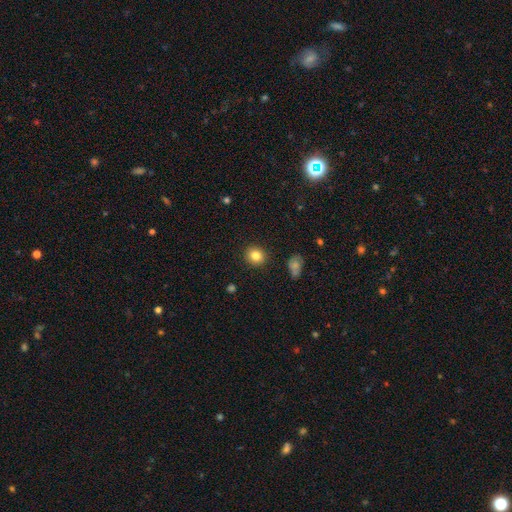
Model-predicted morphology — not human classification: A smooth galaxy with no disk features (83%) that is round (84%).

Vote fractions:
- Smooth or featured? smooth: 83% / star or artifact: 10% / featured or disk: 7%
- How rounded? round: 84% / in between: 15% / cigar-shaped: 1%
- Merging? none: 90% / minor disturbance: 6% / major disturbance: 2% / merger: 1%